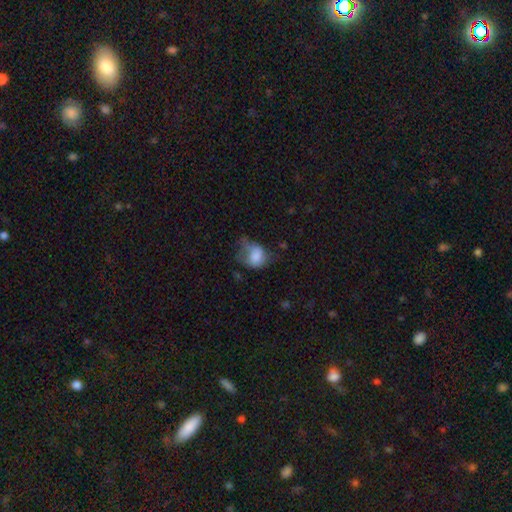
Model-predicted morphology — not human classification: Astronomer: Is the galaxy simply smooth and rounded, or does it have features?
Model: smooth — 71%.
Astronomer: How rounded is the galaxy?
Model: in between — 55% (runner-up: round, 44%).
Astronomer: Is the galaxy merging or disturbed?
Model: major disturbance — 42% (runner-up: minor disturbance, 31%).